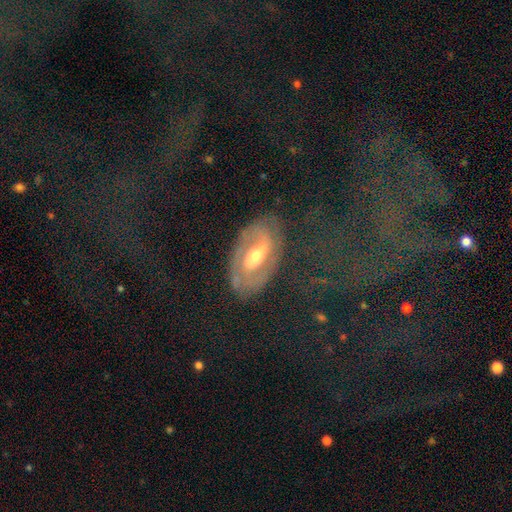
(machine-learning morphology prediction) smooth-or-featured: featured or disk: 76% | smooth: 17% | star or artifact: 7%
  disk-edge-on: no: 92% | yes: 8%
    bar: strong: 39% | weak: 38% | no: 23%
    has-spiral-arms: yes: 71% | no: 29%
      spiral-winding: tight: 45% | medium: 37% | loose: 18%
      spiral-arm-count: 2: 69% | can't tell: 19% | 1: 7% | 3: 2% | 4: 1% | more than 4: 1%
    bulge-size: moderate: 68% | small: 23% | large: 6% | dominant: 1% | none: 1%
  merging: none: 71% | minor disturbance: 18% | major disturbance: 10% | merger: 2%